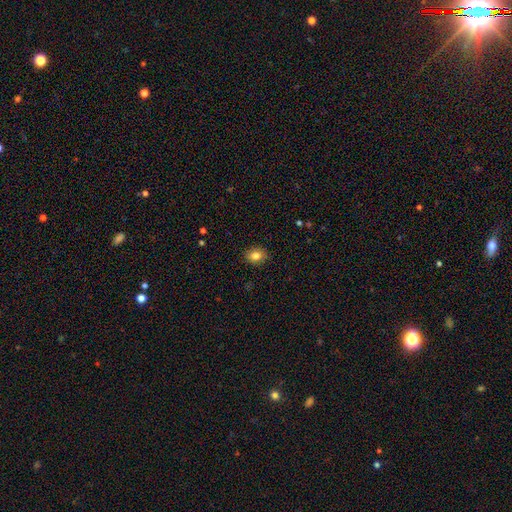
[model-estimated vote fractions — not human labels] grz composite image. It shows a smooth galaxy with no disk features (82%) that is in between round and cigar-shaped (51%). Merging: none (89%).